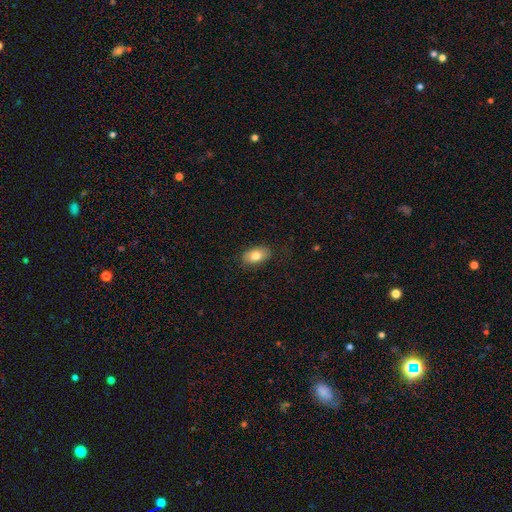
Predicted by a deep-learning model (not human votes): Smooth or featured: smooth — 80% (featured or disk — 13%)
How rounded: in between — 89% (round — 9%)
Merging: none — 84% (minor disturbance — 12%)